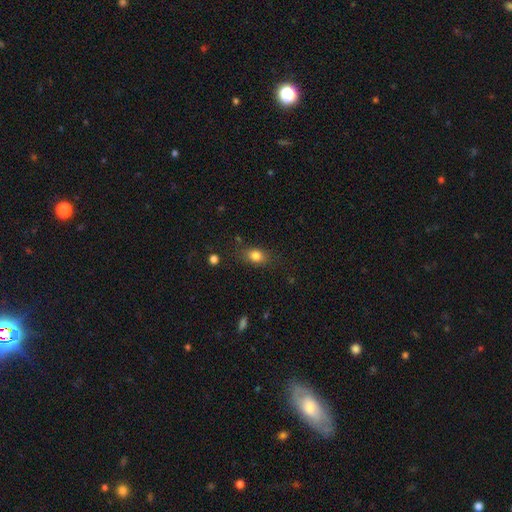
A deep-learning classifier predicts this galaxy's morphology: Overall: smooth (82%). How rounded: in between (68%; round 29%). Merging: none (78%).